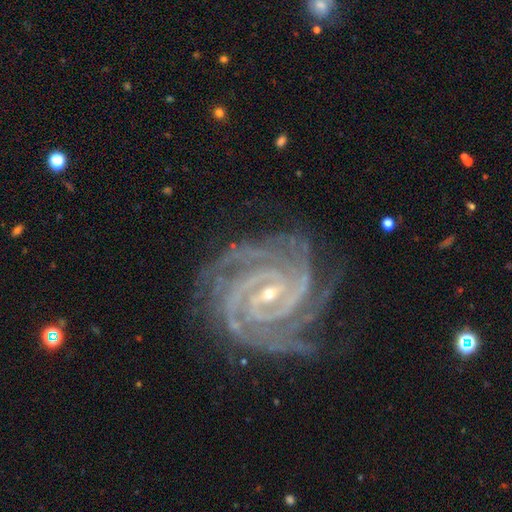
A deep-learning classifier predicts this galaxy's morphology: A featured or disk galaxy (93%) with a weak bar (41%), 3 (25%, tied with 4) tight (82%) spiral arms (99%) and a small central bulge (74%). Merging: none (77%).